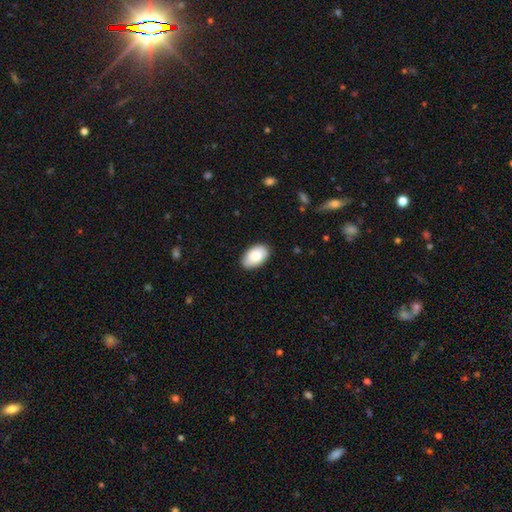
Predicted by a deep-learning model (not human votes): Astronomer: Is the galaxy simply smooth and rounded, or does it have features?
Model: smooth — 85%.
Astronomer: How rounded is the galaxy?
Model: in between — 94%.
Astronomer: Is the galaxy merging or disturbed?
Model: none — 87%.